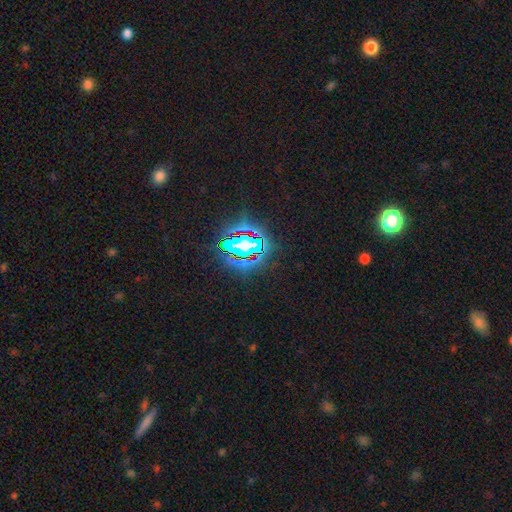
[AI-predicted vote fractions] smooth-or-featured: star or artifact: 83% | smooth: 11% | featured or disk: 7%